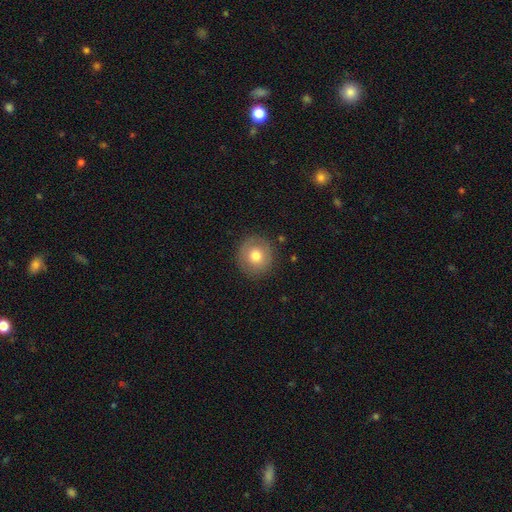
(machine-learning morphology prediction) smooth-or-featured: smooth: 71% | featured or disk: 20% | star or artifact: 9%
  how-rounded: round: 92% | in between: 7% | cigar-shaped: 1%
  merging: none: 87% | minor disturbance: 9% | major disturbance: 3% | merger: 1%